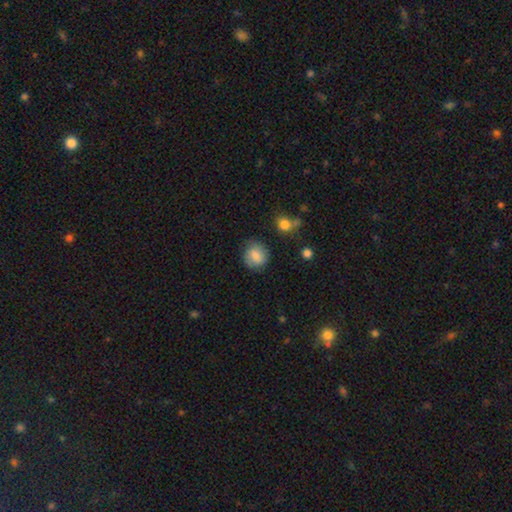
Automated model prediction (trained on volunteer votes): smooth-or-featured: smooth: 77% | featured or disk: 15% | star or artifact: 8%
  how-rounded: round: 82% | in between: 17% | cigar-shaped: 1%
  merging: none: 76% | minor disturbance: 17% | major disturbance: 4% | merger: 2%